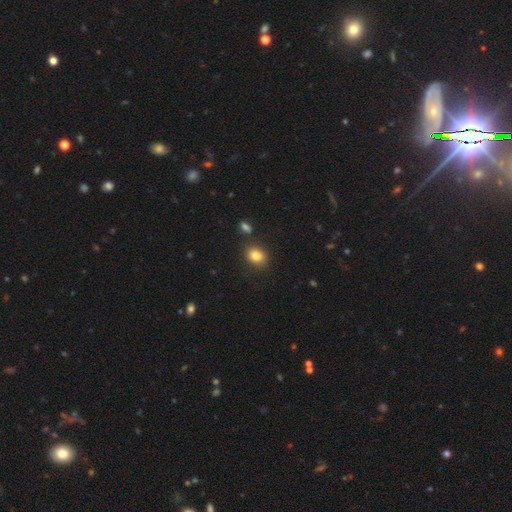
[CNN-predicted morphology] A smooth galaxy with no disk features (84%) that is in between round and cigar-shaped (63%).

Vote fractions:
- Smooth or featured? smooth: 84% / star or artifact: 10% / featured or disk: 7%
- How rounded? in between: 63% / round: 36% / cigar-shaped: 1%
- Merging? none: 80% / minor disturbance: 11% / merger: 6% / major disturbance: 3%